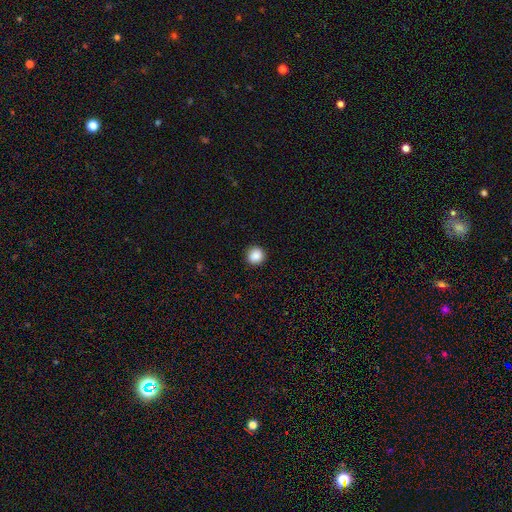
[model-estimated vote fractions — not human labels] smooth_or_featured: smooth (p=0.88) [alt: star or artifact p=0.09]
how_rounded: round (p=0.94) [alt: in between p=0.05]
merging: none (p=0.92) [alt: minor disturbance p=0.05]